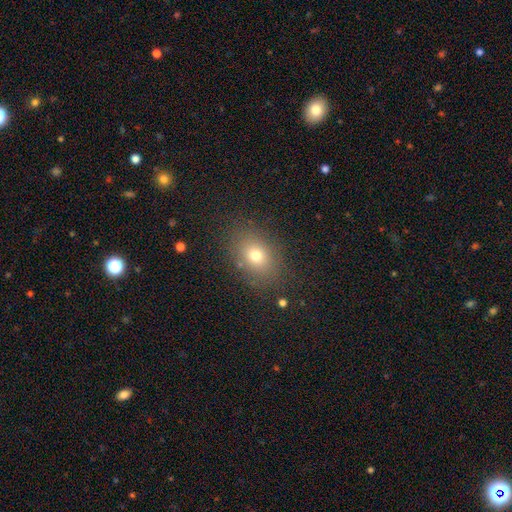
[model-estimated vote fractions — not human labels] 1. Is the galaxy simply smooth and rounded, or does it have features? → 73% smooth, 15% star or artifact, 12% featured or disk.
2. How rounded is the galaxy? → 66% in between, 33% round, 1% cigar-shaped.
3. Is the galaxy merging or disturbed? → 83% none, 10% minor disturbance, 5% major disturbance, 2% merger.